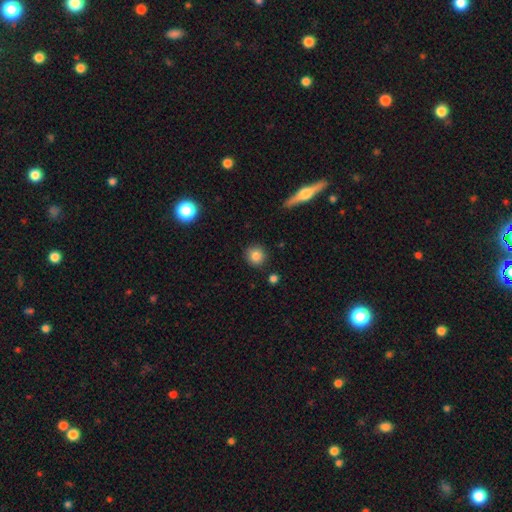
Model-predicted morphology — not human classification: Overall: smooth (85%). How rounded: round (91%). Merging: none (89%).